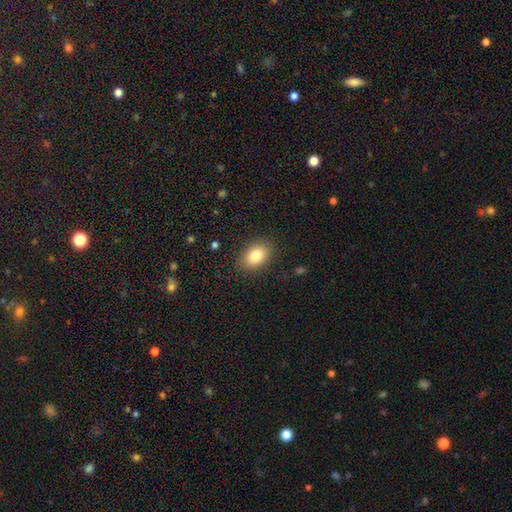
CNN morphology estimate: This appears to be a smooth galaxy with no disk features (83%) that is in between round and cigar-shaped (86%). Merging: none (87%).